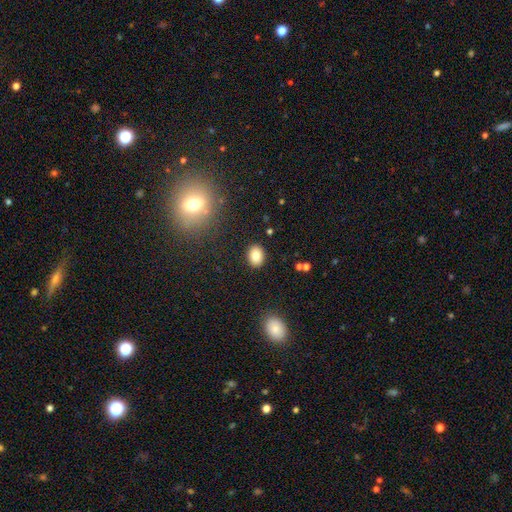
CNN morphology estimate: Smooth or featured: smooth — 84% (star or artifact — 10%)
How rounded: in between — 67% (round — 32%)
Merging: none — 89% (minor disturbance — 7%)